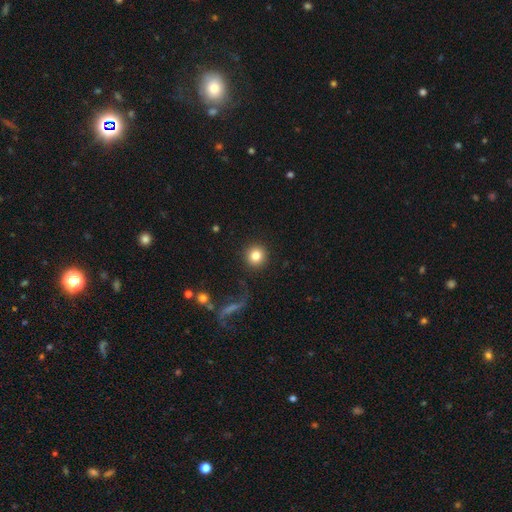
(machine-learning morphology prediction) This is clearly a smooth galaxy (81%). How rounded: clearly round (94%). Merging: clearly none (91%).